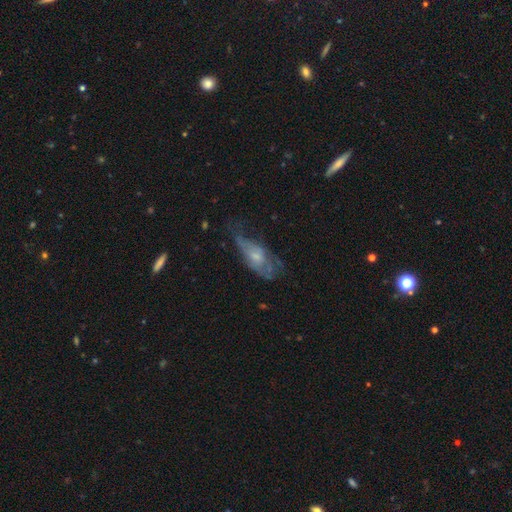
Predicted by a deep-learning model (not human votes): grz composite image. It shows a featured or disk galaxy (50%). Merging: major disturbance (34%).